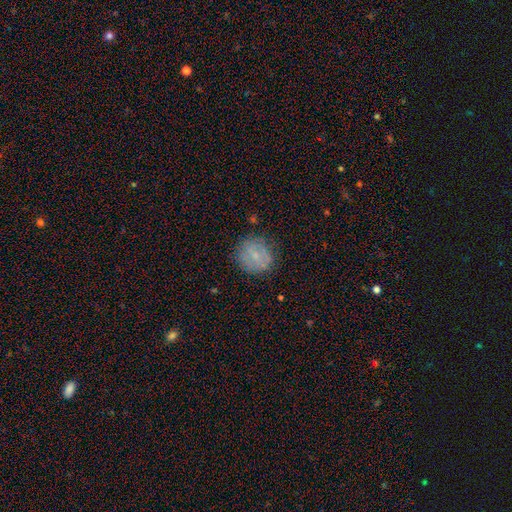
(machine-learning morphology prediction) Overall: smooth (60%; featured or disk 30%). How rounded: round (87%). Merging: none (79%).